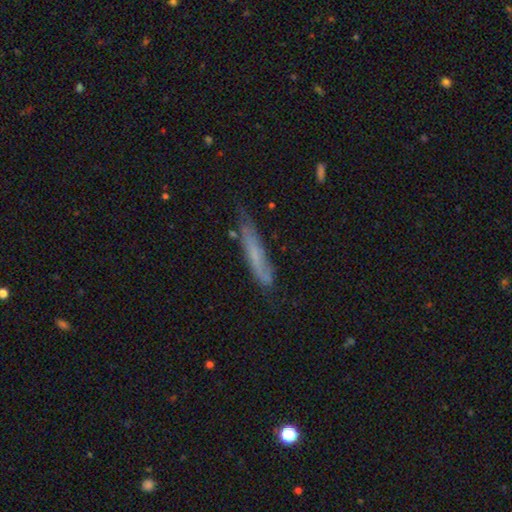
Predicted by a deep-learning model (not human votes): smooth_or_featured: smooth (p=0.53) [alt: featured or disk p=0.37]
how_rounded: cigar-shaped (p=0.91) [alt: in between p=0.08]
merging: none (p=0.63) [alt: minor disturbance p=0.27]